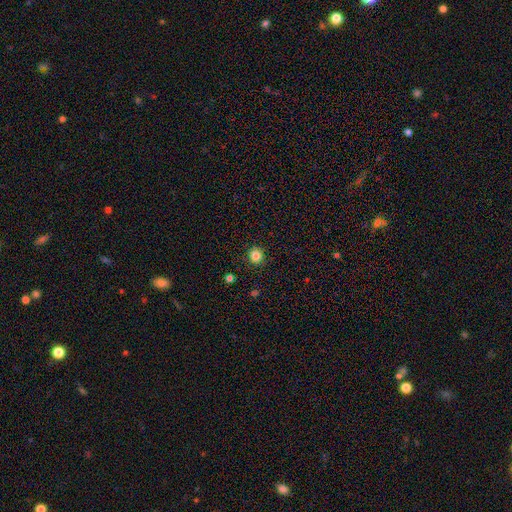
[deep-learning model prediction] Q: Smooth or featured?
A: smooth (84%); runner-up: star or artifact (12%)
Q: How rounded?
A: round (91%); runner-up: in between (8%)
Q: Merging?
A: none (91%); runner-up: minor disturbance (6%)